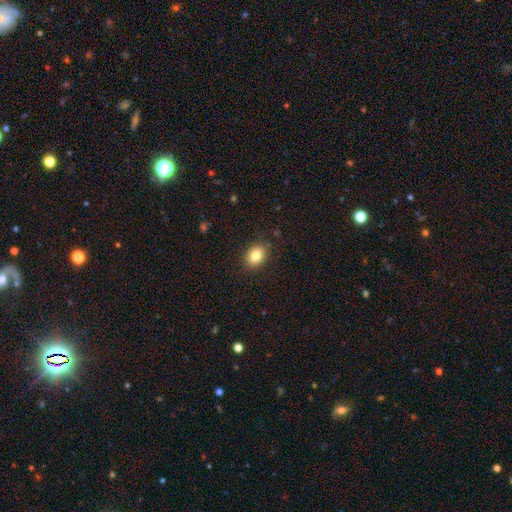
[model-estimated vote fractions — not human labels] Overall: smooth (82%). How rounded: in between (65%; round 34%). Merging: none (86%).